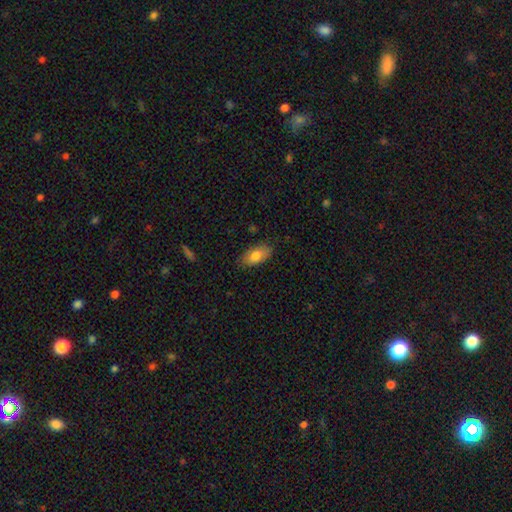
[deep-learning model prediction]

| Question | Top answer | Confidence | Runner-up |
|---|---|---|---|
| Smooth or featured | smooth | 78% | featured or disk (15%) |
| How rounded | in between | 89% | cigar-shaped (8%) |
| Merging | none | 81% | minor disturbance (15%) |